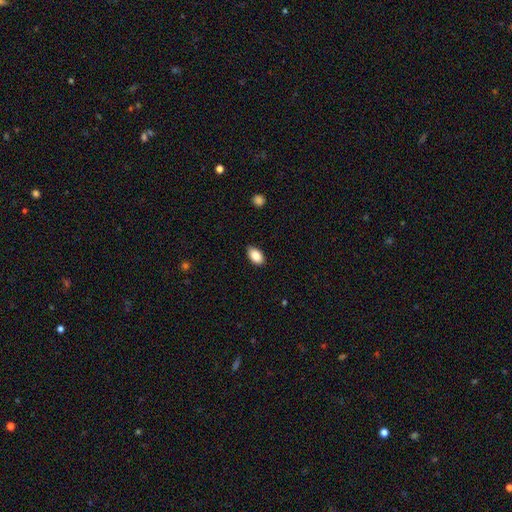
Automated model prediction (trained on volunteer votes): smooth 85%, star or artifact 8%, featured or disk 7%. Down the decision tree: how rounded — in between (92%); merging — none (87%).